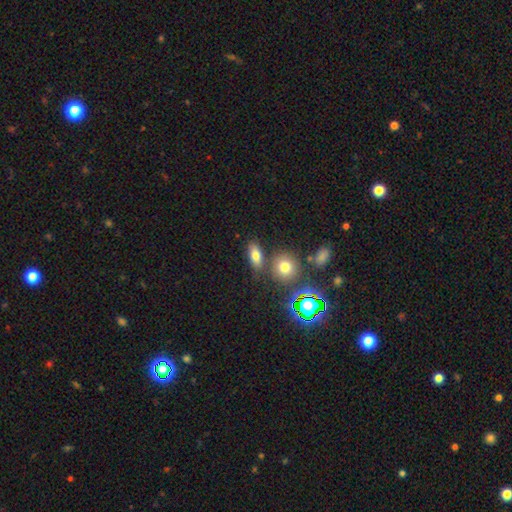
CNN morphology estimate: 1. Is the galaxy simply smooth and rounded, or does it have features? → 71% smooth, 16% star or artifact, 13% featured or disk.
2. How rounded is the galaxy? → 75% in between, 14% round, 12% cigar-shaped.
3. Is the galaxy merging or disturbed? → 75% none, 11% minor disturbance, 10% merger, 4% major disturbance.